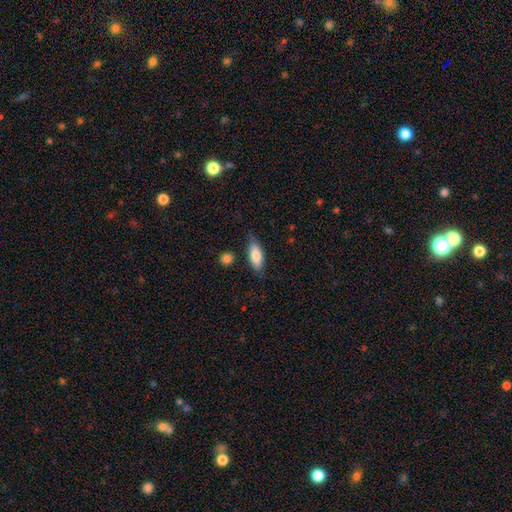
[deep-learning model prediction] This is likely a smooth galaxy (80%). How rounded: likely in between (74%). Merging: likely none (74%).